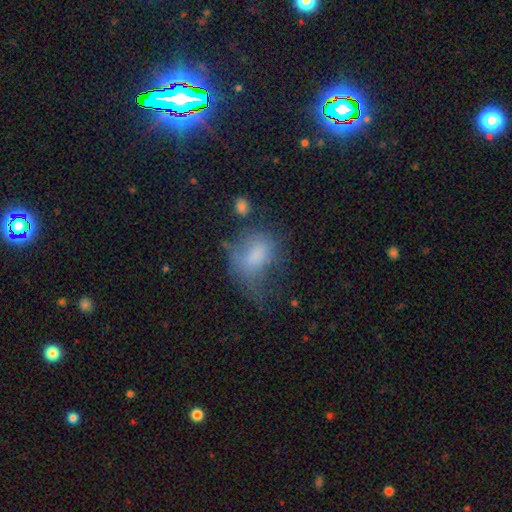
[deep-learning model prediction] This appears to be a smooth galaxy with no disk features (66%) that is in between round and cigar-shaped (68%). Merging: major disturbance (45%).